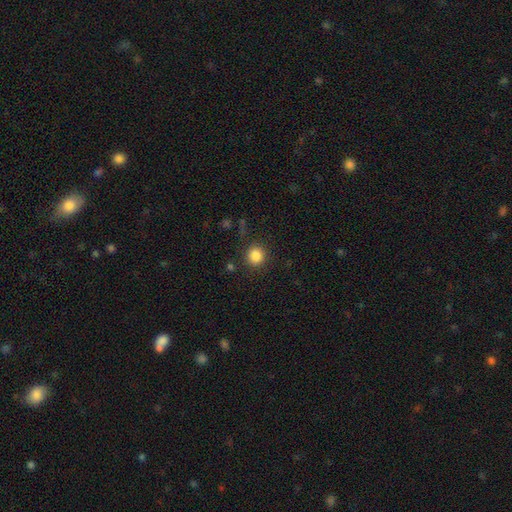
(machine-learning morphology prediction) Q: Smooth or featured?
A: smooth (86%); runner-up: star or artifact (11%)
Q: How rounded?
A: round (89%); runner-up: in between (10%)
Q: Merging?
A: none (86%); runner-up: minor disturbance (8%)